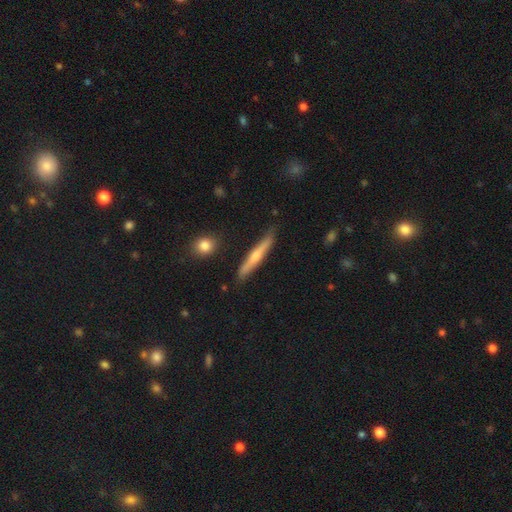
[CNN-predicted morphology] Smooth or featured? featured or disk (51%)
Edge-on disk? yes (95%)
Merging? none (85%)